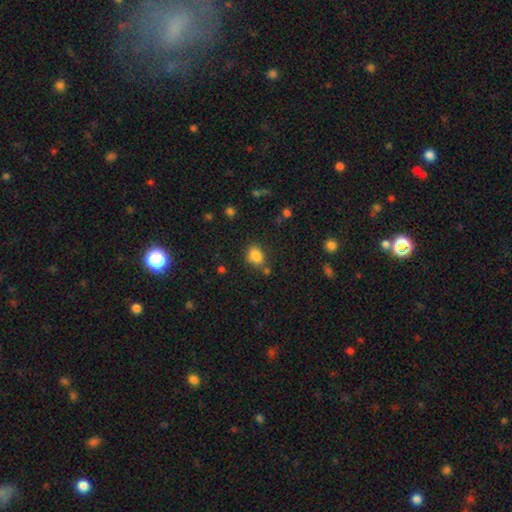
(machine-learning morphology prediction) smooth 84%, star or artifact 11%, featured or disk 6%. Down the decision tree: how rounded — in between (59%); merging — none (73%).